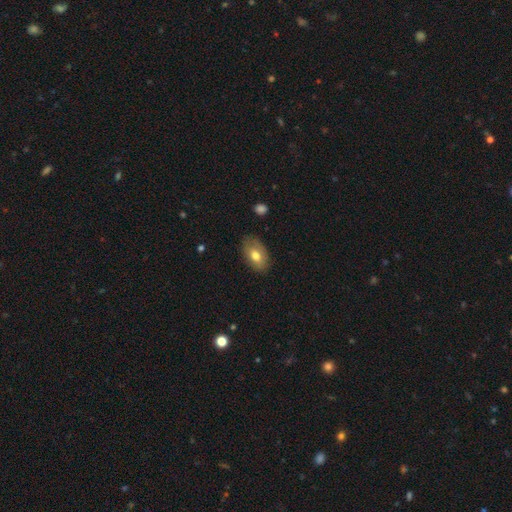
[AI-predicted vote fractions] Smooth or featured? smooth (70%)
How rounded? in between (90%)
Merging? none (78%)